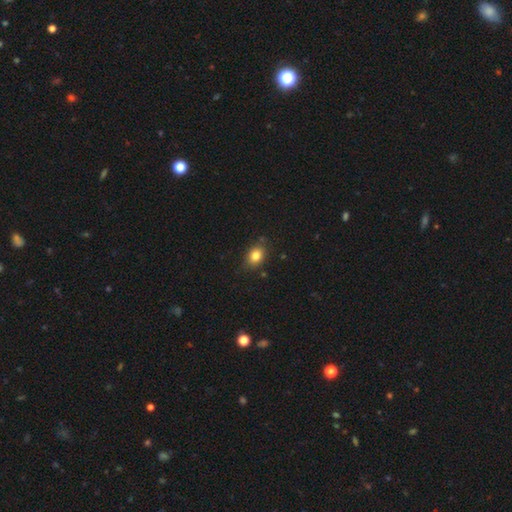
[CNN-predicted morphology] smooth_or_featured: smooth (p=0.83) [alt: star or artifact p=0.10]
how_rounded: in between (p=0.63) [alt: round p=0.35]
merging: none (p=0.82) [alt: minor disturbance p=0.14]